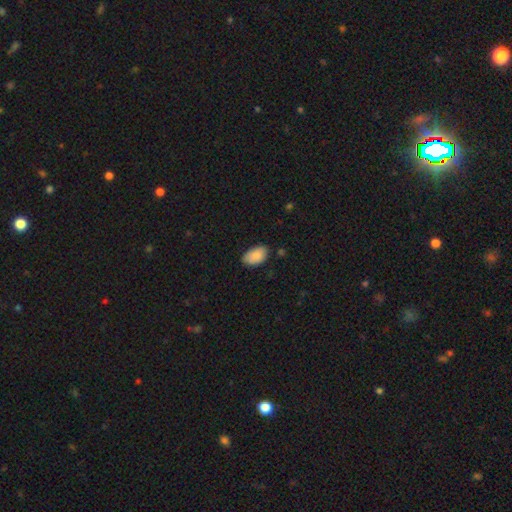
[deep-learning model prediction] Overall: smooth (88%). How rounded: in between (93%). Merging: none (78%).